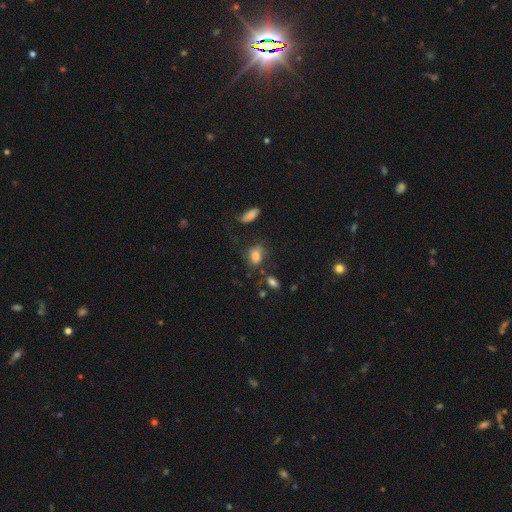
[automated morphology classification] Smooth or featured: smooth — 79% (star or artifact — 11%)
How rounded: in between — 70% (round — 27%)
Merging: none — 58% (minor disturbance — 24%)